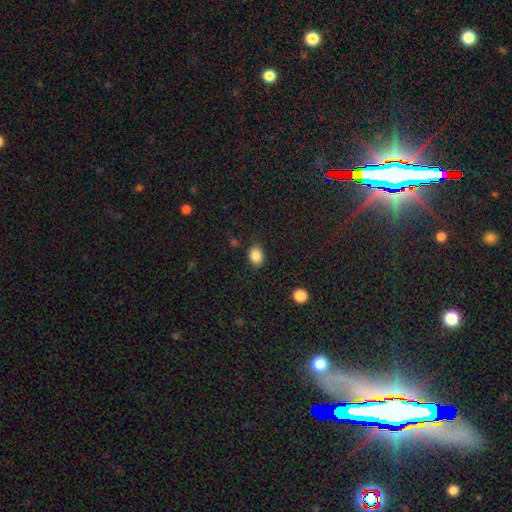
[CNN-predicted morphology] Smooth or featured? Predicted: smooth (p=0.87). How rounded? Predicted: in between (p=0.69). Merging? Predicted: none (p=0.85).